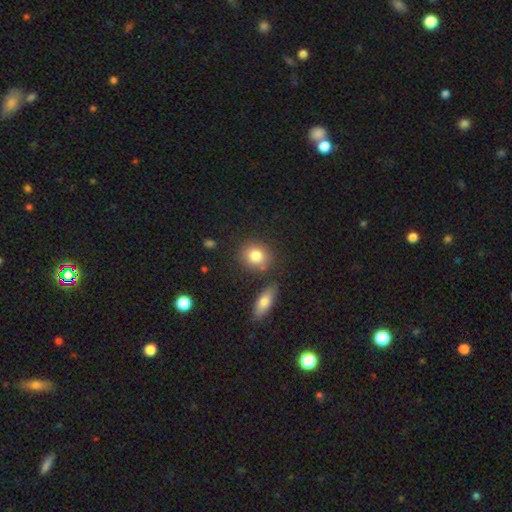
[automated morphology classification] The model was most divided on "how rounded": round: 72%, in between: 26%, cigar-shaped: 2%. More confident: smooth or featured — smooth (82%); merging — none (77%).